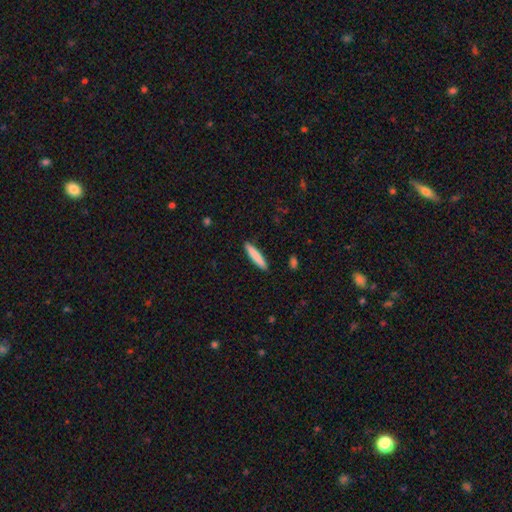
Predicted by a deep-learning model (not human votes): Q: Smooth or featured?
A: smooth (82%); runner-up: featured or disk (13%)
Q: How rounded?
A: cigar-shaped (92%); runner-up: in between (7%)
Q: Merging?
A: none (91%); runner-up: minor disturbance (6%)